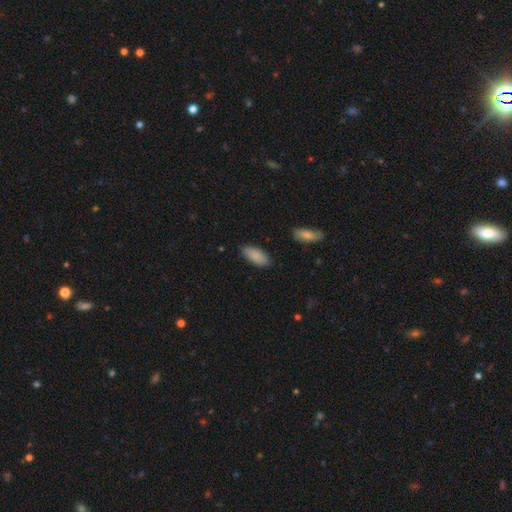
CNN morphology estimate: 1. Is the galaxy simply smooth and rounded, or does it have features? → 87% smooth, 7% featured or disk, 6% star or artifact.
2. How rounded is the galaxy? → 88% in between, 11% cigar-shaped, 2% round.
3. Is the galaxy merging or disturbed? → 85% none, 11% minor disturbance, 2% major disturbance, 2% merger.